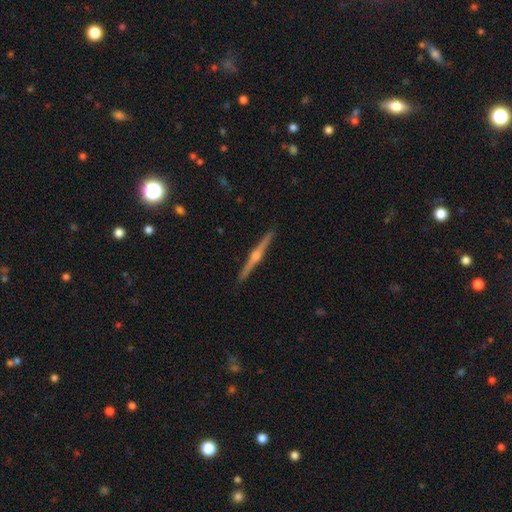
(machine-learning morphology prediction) type=featured or disk (81%); edge-on=yes (98%); edge-on bulge=rounded (89%); merging=none (92%).